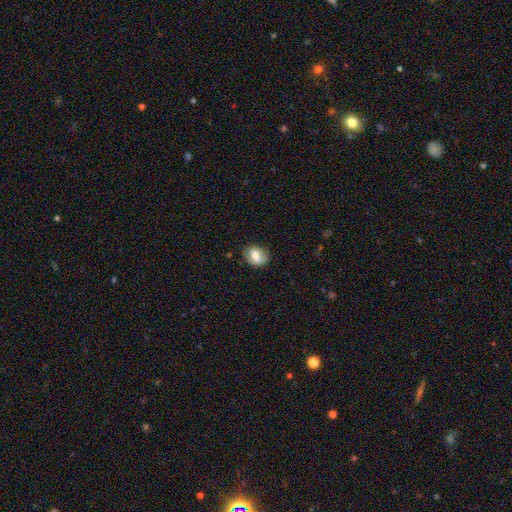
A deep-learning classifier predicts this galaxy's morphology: smooth_or_featured: smooth (p=0.69) [alt: featured or disk p=0.23]
how_rounded: in between (p=0.62) [alt: round p=0.36]
merging: none (p=0.80) [alt: minor disturbance p=0.15]